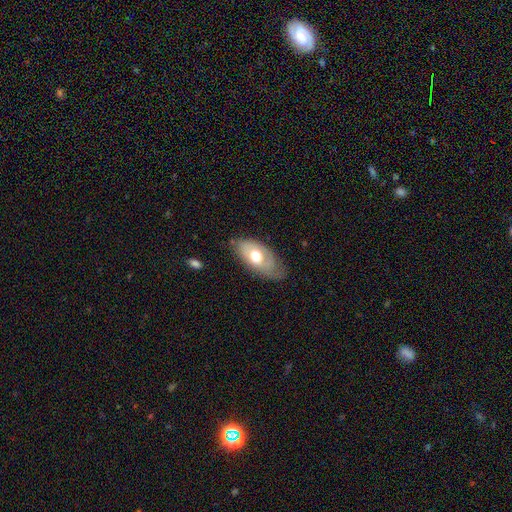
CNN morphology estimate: A smooth galaxy with no disk features (51%) that is in between round and cigar-shaped (92%). Merging: none (58%).